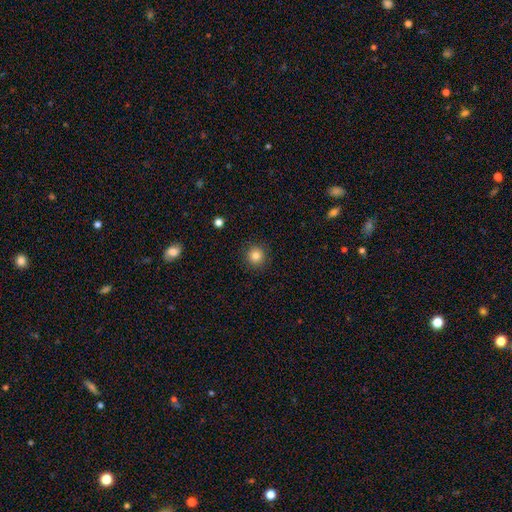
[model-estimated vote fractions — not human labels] smooth_or_featured: smooth (p=0.82) [alt: star or artifact p=0.11]
how_rounded: round (p=0.94) [alt: in between p=0.05]
merging: none (p=0.91) [alt: minor disturbance p=0.06]